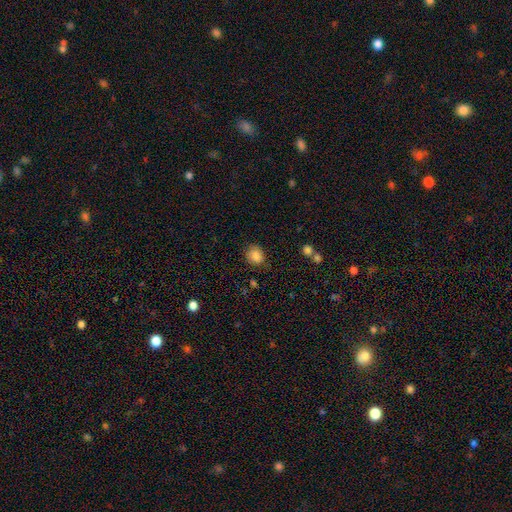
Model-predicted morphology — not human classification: Smooth or featured?
  - smooth: 85% *
  - star or artifact: 10%
  - featured or disk: 5%
How rounded?
  - round: 65% *
  - in between: 34%
  - cigar-shaped: 1%
Merging?
  - none: 80% *
  - minor disturbance: 15%
  - major disturbance: 4%
  - merger: 2%